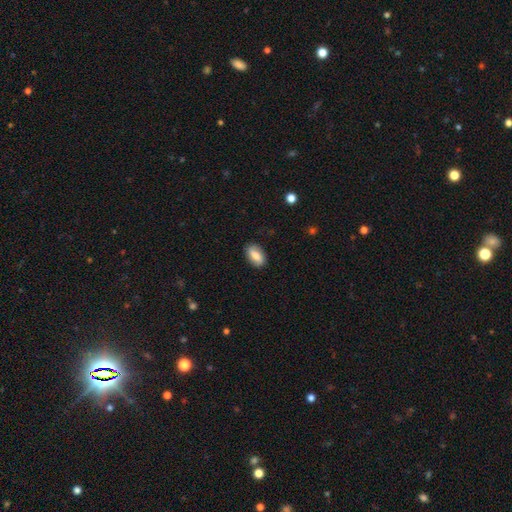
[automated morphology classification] Overall: smooth (70%). How rounded: in between (90%). Merging: none (84%).